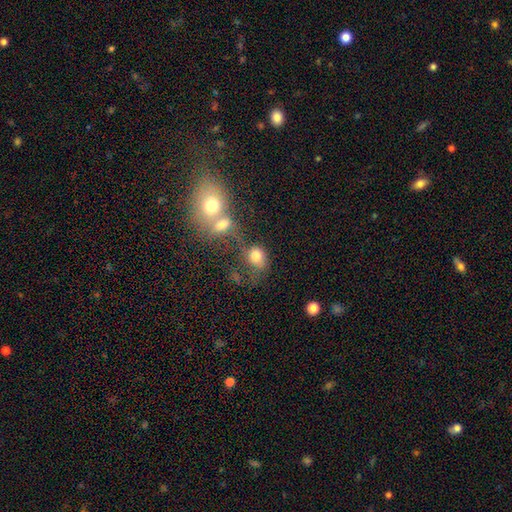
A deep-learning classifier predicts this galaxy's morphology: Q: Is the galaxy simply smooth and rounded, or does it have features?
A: smooth — 76%.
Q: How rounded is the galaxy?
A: round — 53%.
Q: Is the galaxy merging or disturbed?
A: merger — 35%.